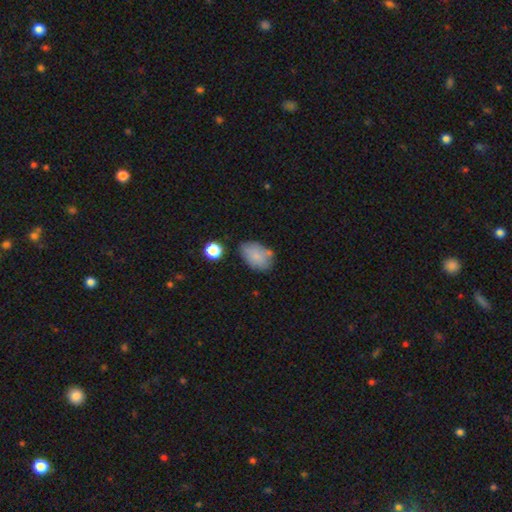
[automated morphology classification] Smooth or featured?
  - smooth: 81% *
  - featured or disk: 11%
  - star or artifact: 8%
How rounded?
  - in between: 89% *
  - round: 10%
  - cigar-shaped: 1%
Merging?
  - none: 61% *
  - minor disturbance: 24%
  - merger: 9%
  - major disturbance: 7%